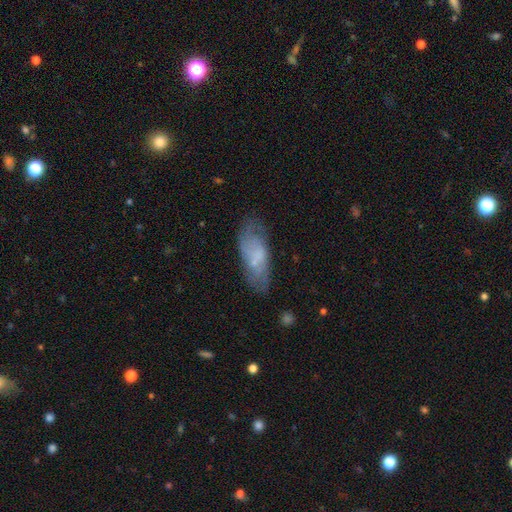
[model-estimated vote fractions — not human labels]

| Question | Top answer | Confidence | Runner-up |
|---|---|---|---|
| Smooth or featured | smooth | 53% | featured or disk (40%) |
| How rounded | in between | 73% | cigar-shaped (25%) |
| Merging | none | 60% | minor disturbance (25%) |